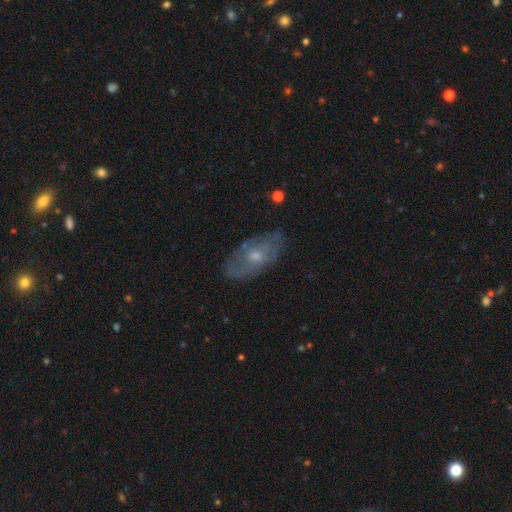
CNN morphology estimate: Smooth or featured?
  - featured or disk: 59% *
  - smooth: 33%
  - star or artifact: 8%
Edge-on disk?
  - no: 89% *
  - yes: 11%
Bar?
  - no: 77% *
  - weak: 20%
  - strong: 3%
Spiral arms?
  - yes: 52% *
  - no: 48%
Bulge size?
  - moderate: 54% *
  - small: 40%
  - large: 3%
  - none: 3%
  - dominant: 1%
Merging?
  - none: 67% *
  - minor disturbance: 23%
  - major disturbance: 8%
  - merger: 2%